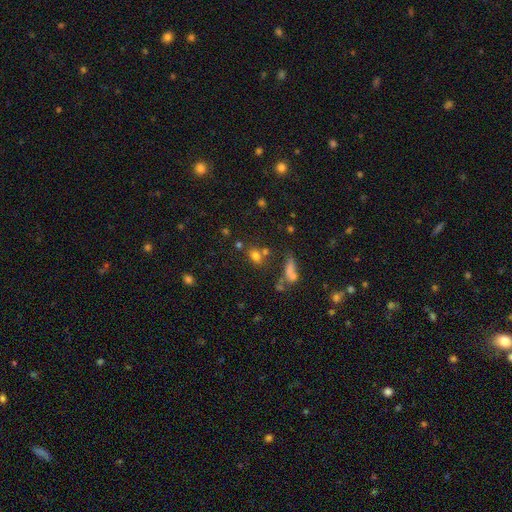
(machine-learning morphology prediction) The model was most divided on "how rounded": in between: 63%, round: 31%, cigar-shaped: 6%. More confident: smooth or featured — smooth (69%); merging — none (57%).